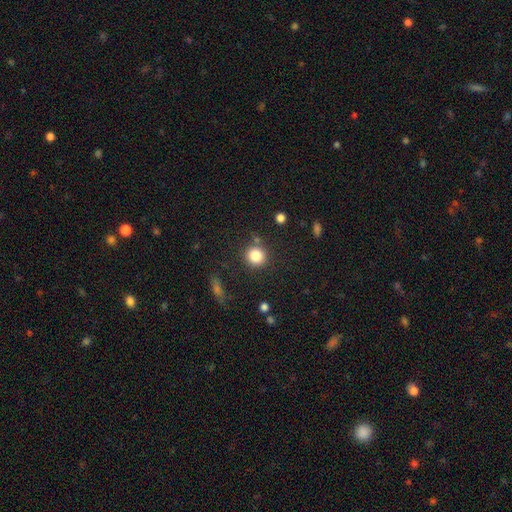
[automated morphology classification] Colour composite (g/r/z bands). It shows a smooth galaxy with no disk features (84%) that is round (91%). Merging: none (81%).